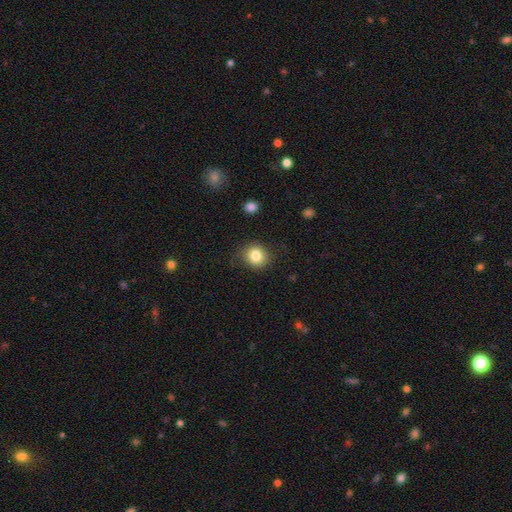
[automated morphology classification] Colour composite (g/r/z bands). It shows a smooth galaxy with no disk features (83%) that is round (81%). Merging: none (85%).